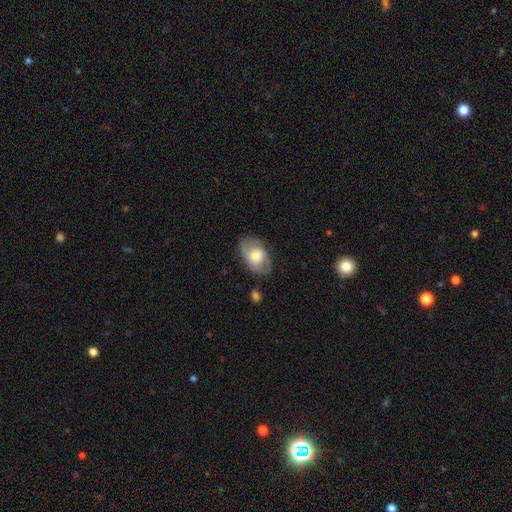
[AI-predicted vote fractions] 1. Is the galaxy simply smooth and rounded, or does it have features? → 49% smooth, 45% featured or disk, 7% star or artifact.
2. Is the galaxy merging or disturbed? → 73% none, 18% minor disturbance, 7% major disturbance, 3% merger.